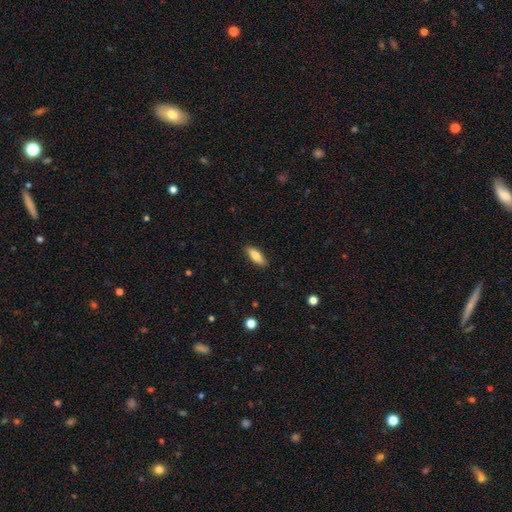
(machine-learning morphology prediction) The model was most divided on "how rounded": in between: 68%, cigar-shaped: 29%, round: 2%. More confident: merging — none (87%); smooth or featured — smooth (78%).